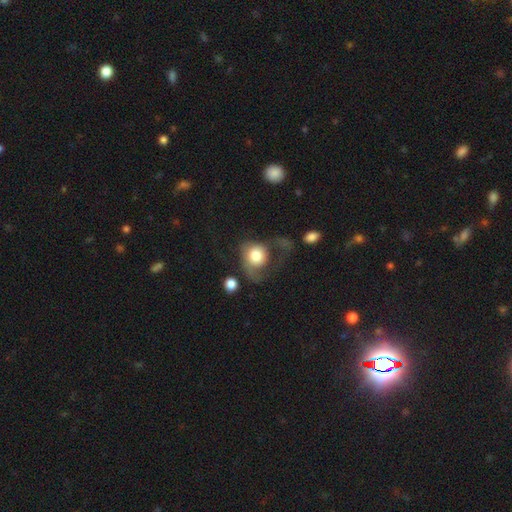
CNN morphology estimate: This is likely a smooth galaxy (64%). How rounded: likely round (69%). Merging: possibly major disturbance (54%).